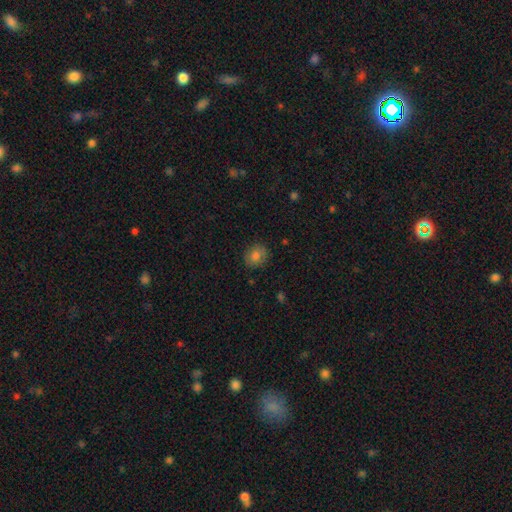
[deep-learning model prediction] smooth 79%, star or artifact 10%, featured or disk 10%. Down the decision tree: how rounded — round (58%); merging — none (85%).